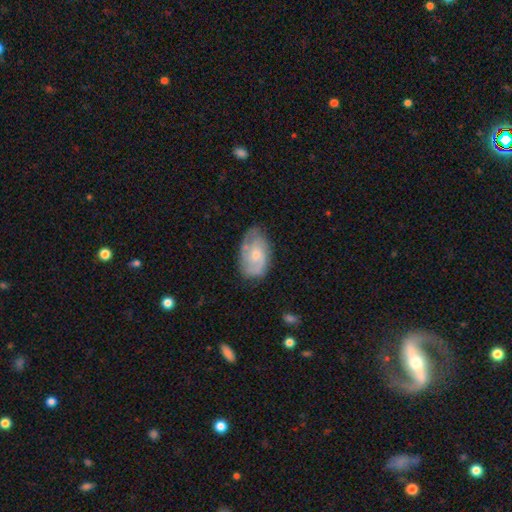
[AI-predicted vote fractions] smooth_or_featured: featured or disk (p=0.65) [alt: smooth p=0.29]
disk_edge_on: no (p=0.96) [alt: yes p=0.04]
bar: no (p=0.72) [alt: weak p=0.25]
has_spiral_arms: yes (p=0.87) [alt: no p=0.13]
spiral_winding: tight (p=0.43) [alt: medium p=0.41]
spiral_arm_count: 2 (p=0.44) [alt: can't tell p=0.29]
bulge_size: small (p=0.58) [alt: moderate p=0.37]
merging: none (p=0.67) [alt: minor disturbance p=0.24]